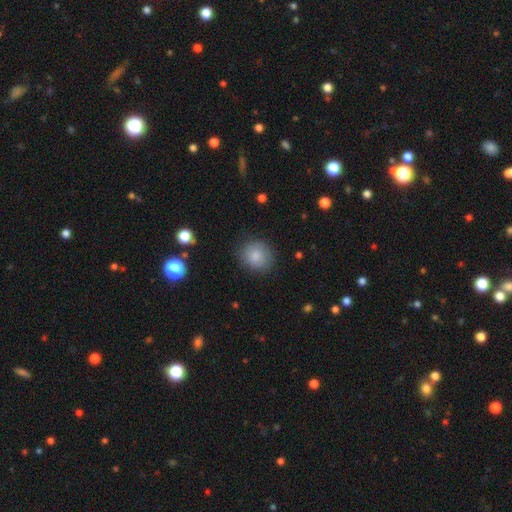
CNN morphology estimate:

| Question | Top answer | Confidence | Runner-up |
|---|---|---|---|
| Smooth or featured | smooth | 83% | featured or disk (8%) |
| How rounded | round | 79% | in between (20%) |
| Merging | none | 82% | minor disturbance (13%) |